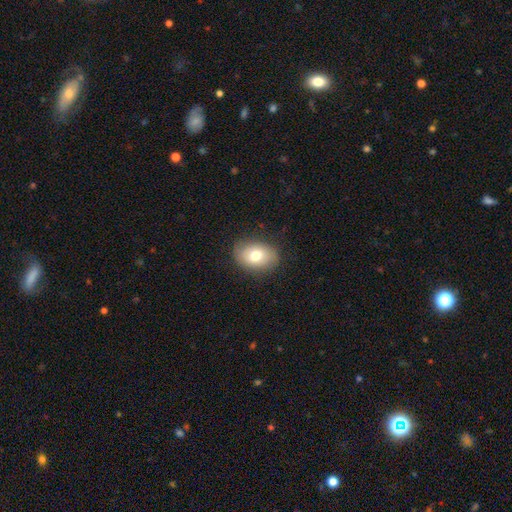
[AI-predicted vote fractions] This appears to be a smooth galaxy with no disk features (75%) that is in between round and cigar-shaped (77%). Merging: none (84%).